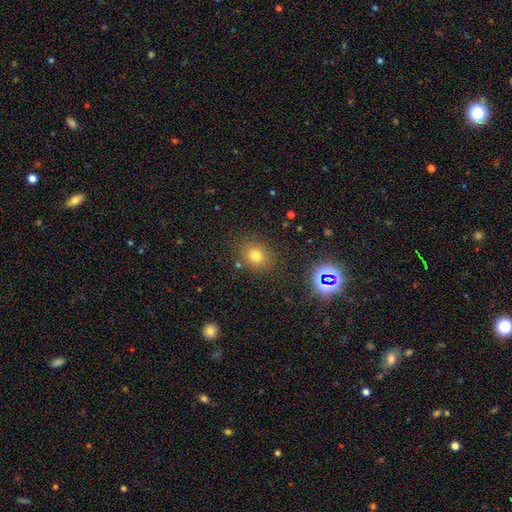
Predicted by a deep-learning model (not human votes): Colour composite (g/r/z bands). It shows a smooth galaxy with no disk features (73%) that is round (72%). Merging: none (81%).